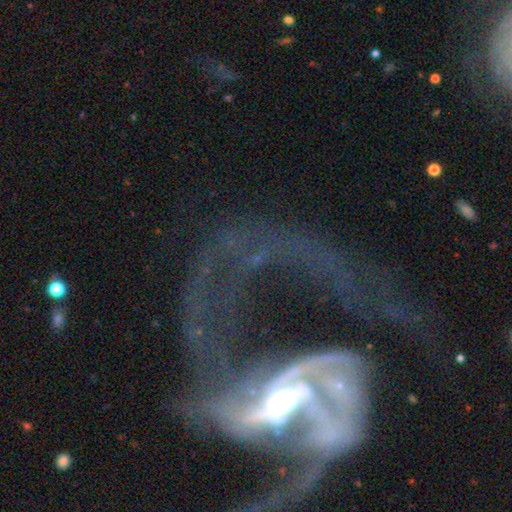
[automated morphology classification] type=featured or disk (85%); edge-on=no (96%); bar=weak (37%); spiral arms=yes (84%); winding=loose (60%); arm count=2 (46%); bulge=moderate (54%); merging=major disturbance (47%).